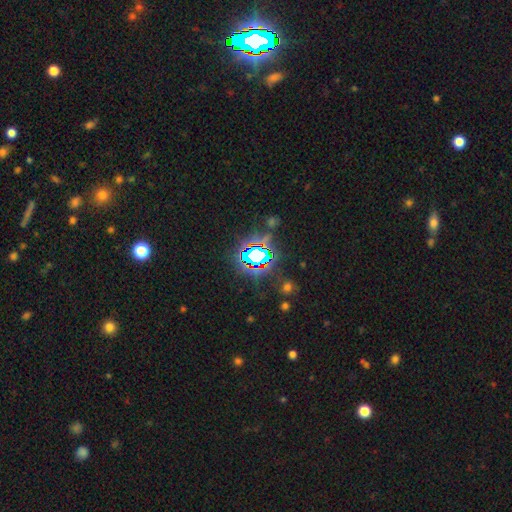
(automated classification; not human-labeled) This is likely a star or artifact rather than a galaxy (73%).